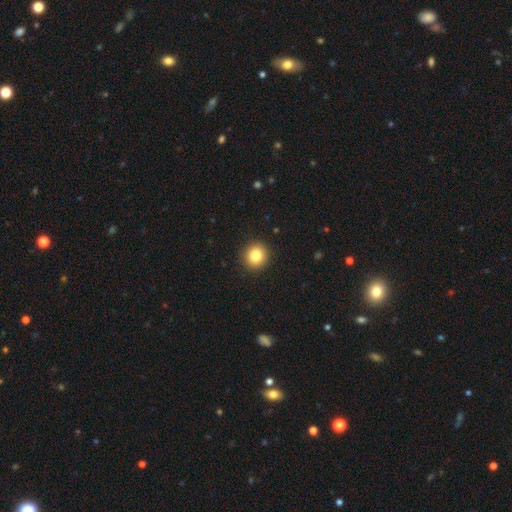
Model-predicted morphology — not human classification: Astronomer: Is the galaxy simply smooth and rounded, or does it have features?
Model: smooth — 83%.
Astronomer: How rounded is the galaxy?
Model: round — 92%.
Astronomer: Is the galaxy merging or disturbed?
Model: none — 92%.